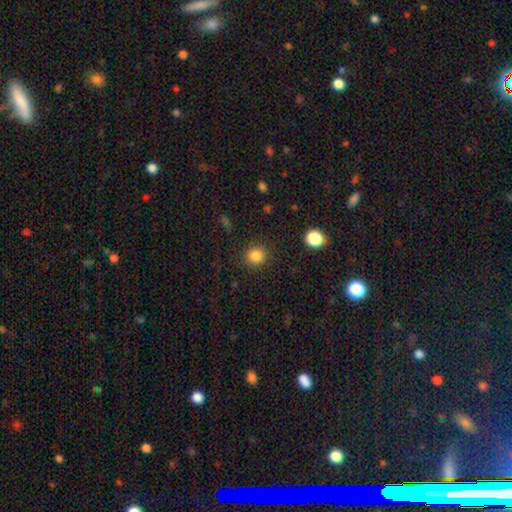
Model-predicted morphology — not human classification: smooth-or-featured: smooth: 84% | star or artifact: 11% | featured or disk: 4%
  how-rounded: round: 88% | in between: 11% | cigar-shaped: 1%
  merging: none: 89% | minor disturbance: 7% | major disturbance: 3% | merger: 1%